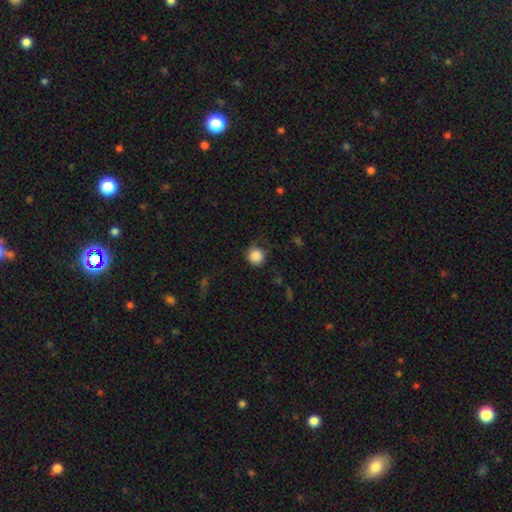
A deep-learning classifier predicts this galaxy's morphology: A smooth galaxy with no disk features (88%) that is round (93%).

Vote fractions:
- Smooth or featured? smooth: 88% / star or artifact: 9% / featured or disk: 4%
- How rounded? round: 93% / in between: 6% / cigar-shaped: 1%
- Merging? none: 73% / minor disturbance: 18% / major disturbance: 8% / merger: 2%